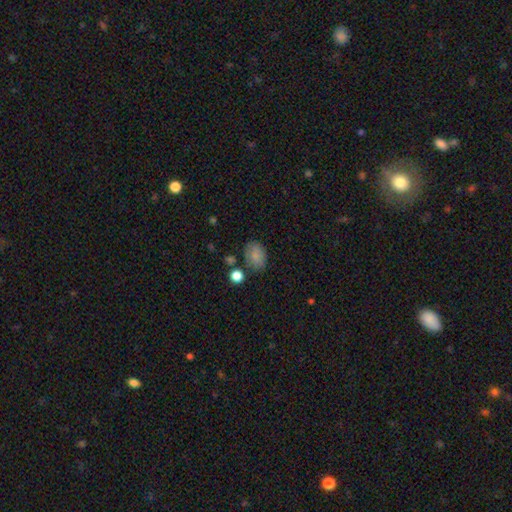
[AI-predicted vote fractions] Overall: smooth (83%). How rounded: in between (75%). Merging: none (70%).